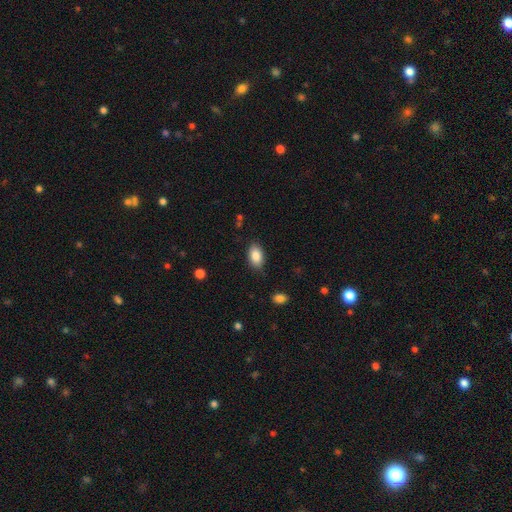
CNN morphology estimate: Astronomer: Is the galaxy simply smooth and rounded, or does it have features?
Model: smooth — 87%.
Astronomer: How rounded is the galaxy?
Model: in between — 92%.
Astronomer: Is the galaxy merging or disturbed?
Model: none — 85%.